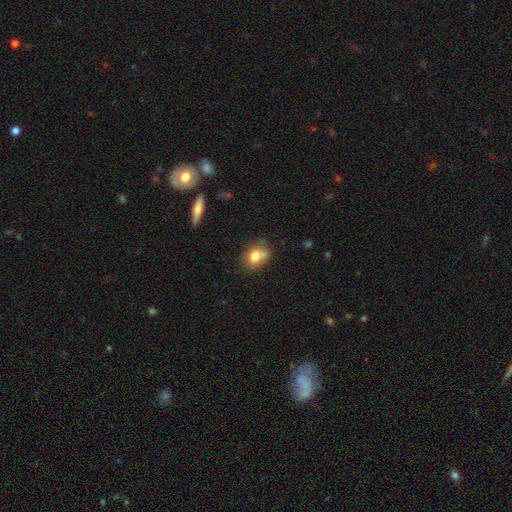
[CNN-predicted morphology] A smooth galaxy with no disk features (73%) that is round (51%).

Vote fractions:
- Smooth or featured? smooth: 73% / featured or disk: 16% / star or artifact: 11%
- How rounded? round: 51% / in between: 48% / cigar-shaped: 2%
- Merging? none: 51% / merger: 22% / minor disturbance: 20% / major disturbance: 7%